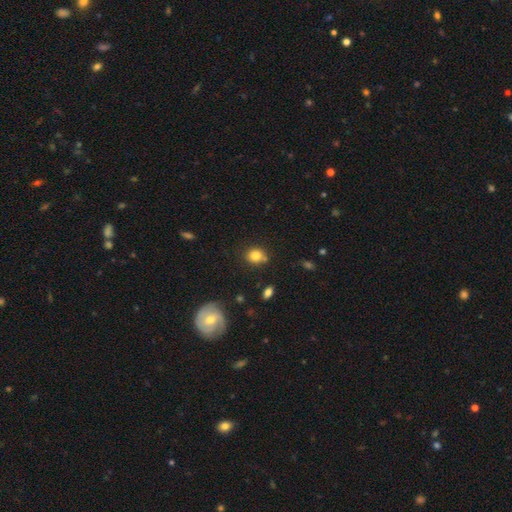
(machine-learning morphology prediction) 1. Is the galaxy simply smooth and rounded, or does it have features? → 82% smooth, 11% star or artifact, 7% featured or disk.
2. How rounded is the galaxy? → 70% round, 29% in between, 1% cigar-shaped.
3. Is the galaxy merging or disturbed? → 72% none, 15% minor disturbance, 9% merger, 4% major disturbance.